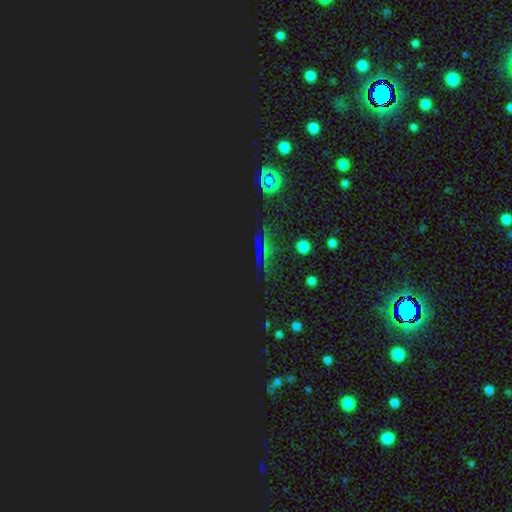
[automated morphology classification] A star or artifact, not a galaxy (75%).

Vote fractions:
- Smooth or featured? star or artifact: 75% / smooth: 16% / featured or disk: 8%